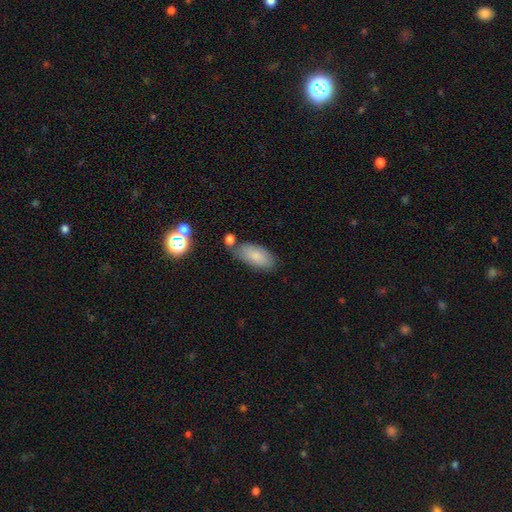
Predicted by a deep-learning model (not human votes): Smooth or featured? Predicted: smooth (p=0.81). How rounded? Predicted: in between (p=0.88). Merging? Predicted: none (p=0.66).